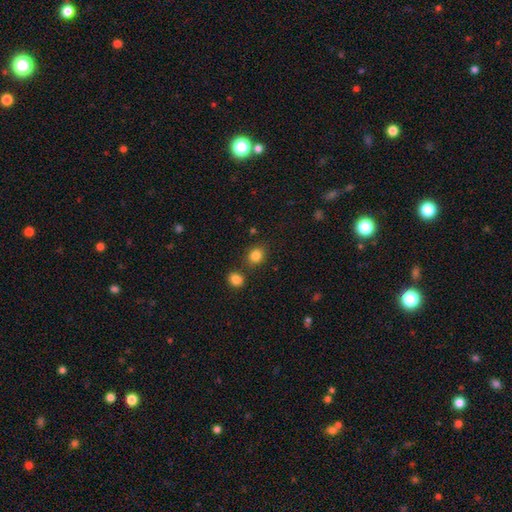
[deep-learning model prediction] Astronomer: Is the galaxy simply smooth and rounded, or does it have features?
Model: smooth — 84%.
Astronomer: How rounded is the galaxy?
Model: round — 68%.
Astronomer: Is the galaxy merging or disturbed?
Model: none — 77%.